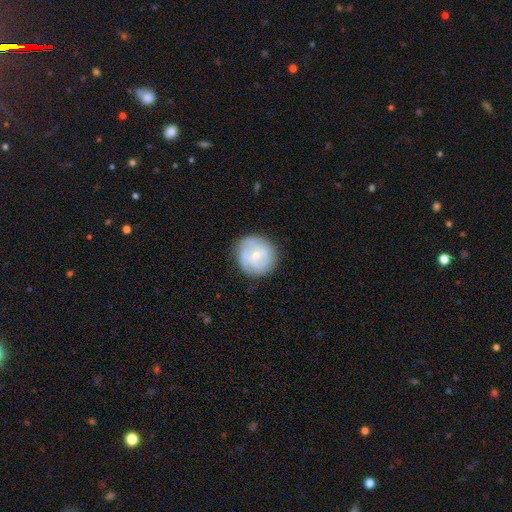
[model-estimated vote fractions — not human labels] Smooth or featured?
  - featured or disk: 57% *
  - smooth: 36%
  - star or artifact: 7%
Edge-on disk?
  - no: 97% *
  - yes: 3%
Bar?
  - no: 66% *
  - weak: 29%
  - strong: 5%
Spiral arms?
  - yes: 78% *
  - no: 22%
Bulge size?
  - small: 53% *
  - moderate: 44%
  - large: 2%
  - none: 1%
  - dominant: 1%
Merging?
  - none: 80% *
  - minor disturbance: 14%
  - major disturbance: 4%
  - merger: 1%